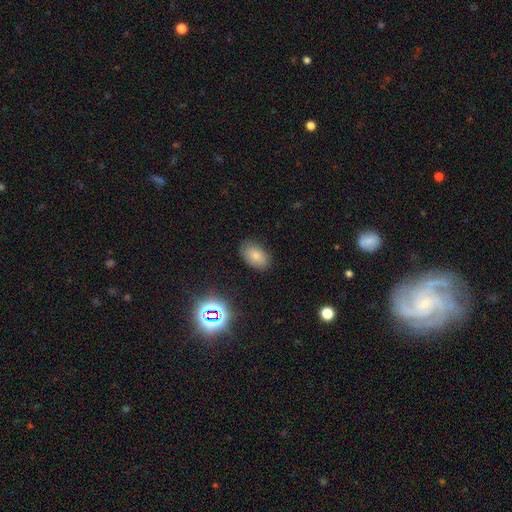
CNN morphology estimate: Smooth or featured? smooth (75%)
How rounded? in between (90%)
Merging? none (82%)